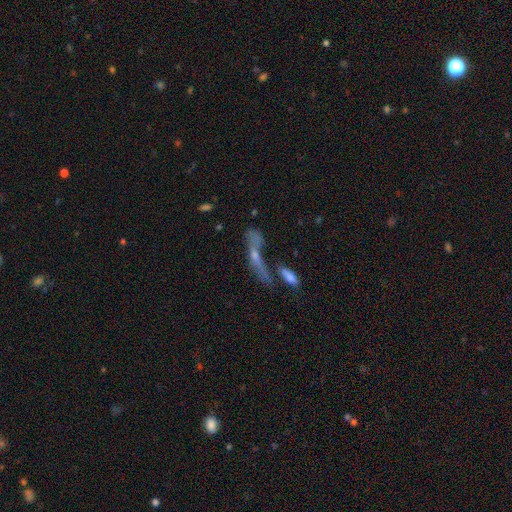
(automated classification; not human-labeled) featured or disk 48%, smooth 35%, star or artifact 17%. Down the decision tree: merging — merger (39%).